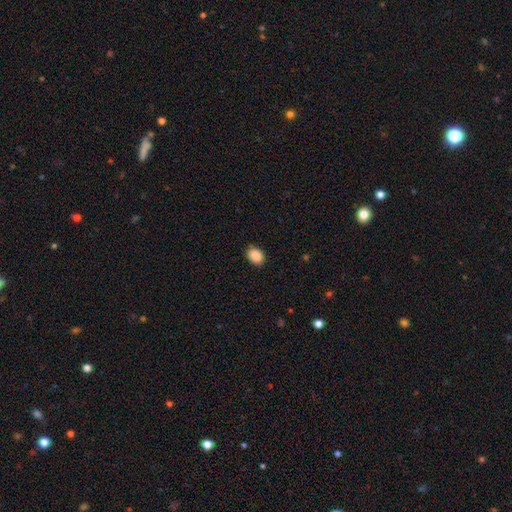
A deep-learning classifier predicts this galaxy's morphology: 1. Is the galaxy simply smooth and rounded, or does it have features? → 88% smooth, 8% star or artifact, 4% featured or disk.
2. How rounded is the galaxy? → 72% in between, 27% round, 1% cigar-shaped.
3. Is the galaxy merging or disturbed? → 87% none, 10% minor disturbance, 2% major disturbance, 1% merger.